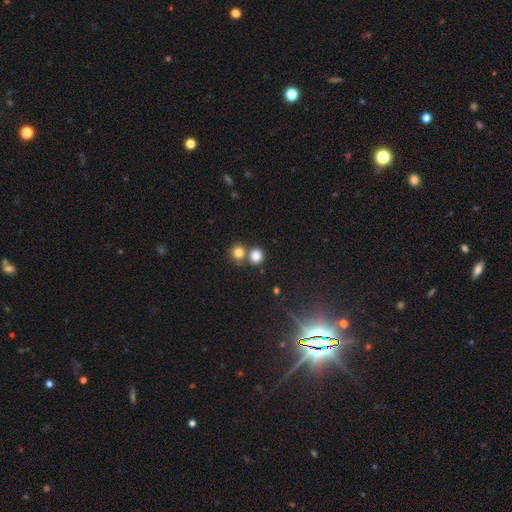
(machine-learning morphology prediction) This is clearly a smooth galaxy (80%). How rounded: clearly round (83%). Merging: possibly none (55%).